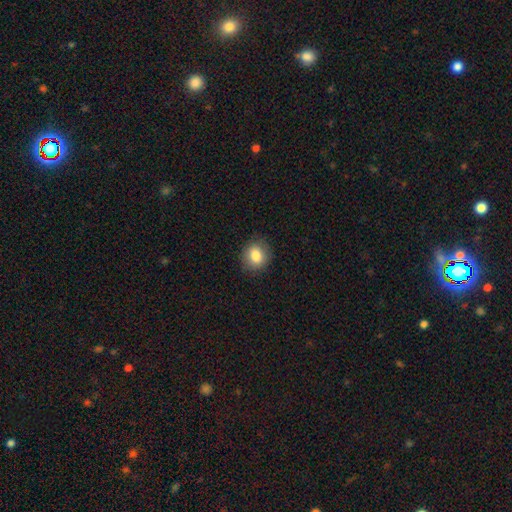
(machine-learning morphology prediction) smooth-or-featured: smooth: 83% | star or artifact: 9% | featured or disk: 8%
  how-rounded: round: 73% | in between: 26% | cigar-shaped: 1%
  merging: none: 88% | minor disturbance: 8% | major disturbance: 2% | merger: 1%